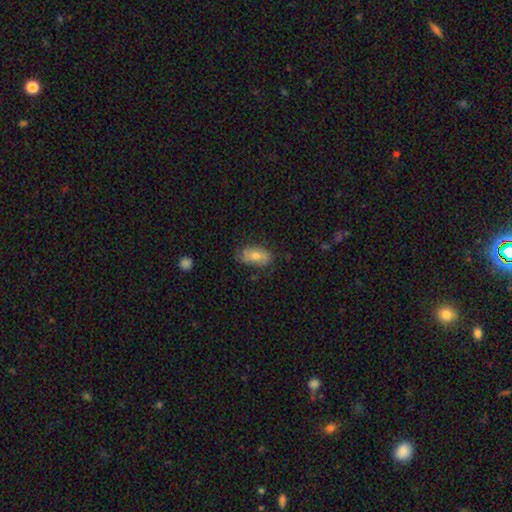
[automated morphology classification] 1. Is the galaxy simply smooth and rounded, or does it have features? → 60% smooth, 32% featured or disk, 8% star or artifact.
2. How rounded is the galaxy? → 89% in between, 6% round, 5% cigar-shaped.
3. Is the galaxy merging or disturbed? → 69% none, 24% minor disturbance, 6% major disturbance, 1% merger.